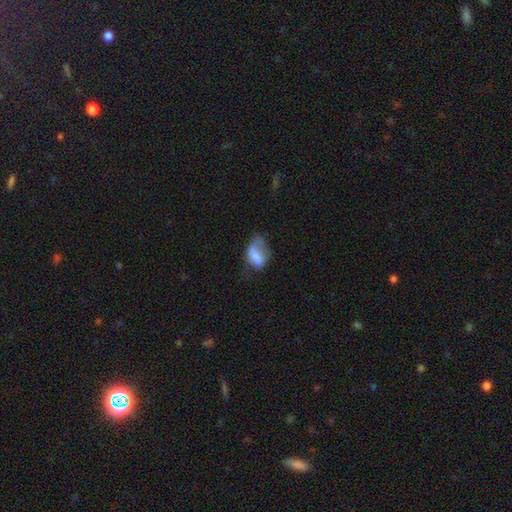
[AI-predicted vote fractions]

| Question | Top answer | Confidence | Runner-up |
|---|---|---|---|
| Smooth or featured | smooth | 68% | featured or disk (23%) |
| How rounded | in between | 86% | round (11%) |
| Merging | major disturbance | 36% | minor disturbance (33%) |